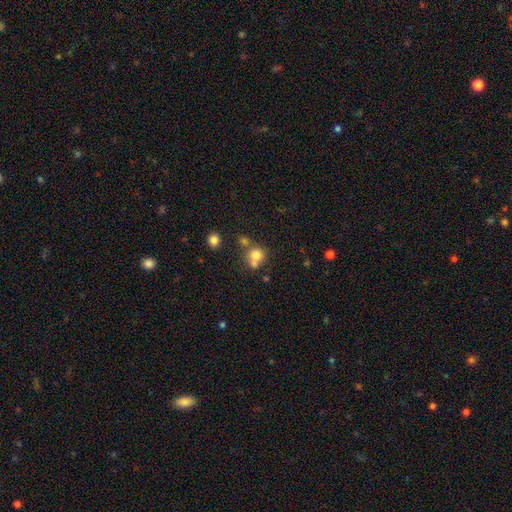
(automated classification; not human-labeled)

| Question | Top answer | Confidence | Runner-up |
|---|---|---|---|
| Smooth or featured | smooth | 76% | star or artifact (13%) |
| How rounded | round | 80% | in between (19%) |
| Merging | none | 45% | merger (37%) |